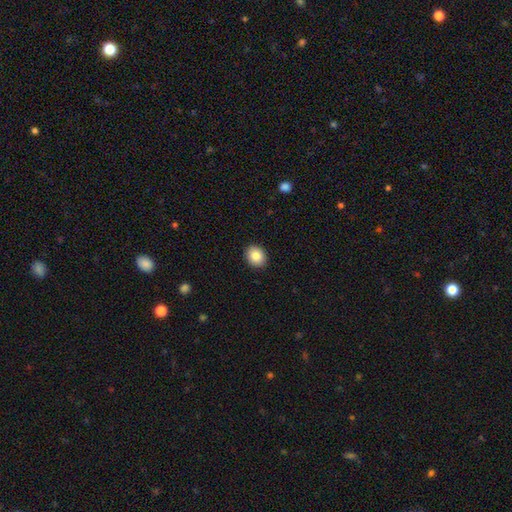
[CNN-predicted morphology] Smooth or featured? Predicted: smooth (p=0.86). How rounded? Predicted: round (p=0.54). Merging? Predicted: none (p=0.91).